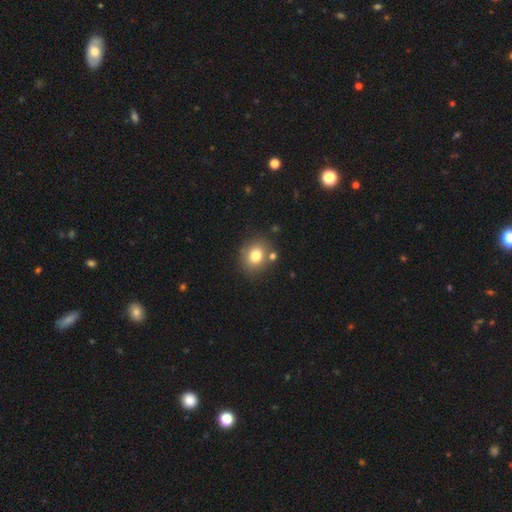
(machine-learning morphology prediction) Q: Smooth or featured?
A: smooth (77%); runner-up: featured or disk (12%)
Q: How rounded?
A: round (71%); runner-up: in between (28%)
Q: Merging?
A: none (74%); runner-up: merger (11%)